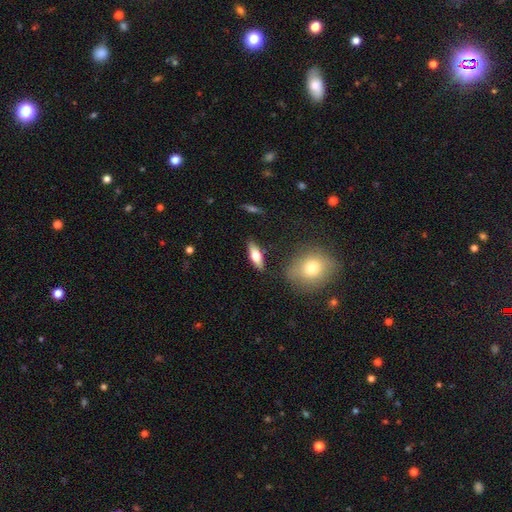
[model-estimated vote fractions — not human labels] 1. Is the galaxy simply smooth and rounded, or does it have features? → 62% smooth, 32% featured or disk, 6% star or artifact.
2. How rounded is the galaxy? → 62% in between, 34% cigar-shaped, 4% round.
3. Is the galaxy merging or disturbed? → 84% none, 10% minor disturbance, 3% merger, 3% major disturbance.